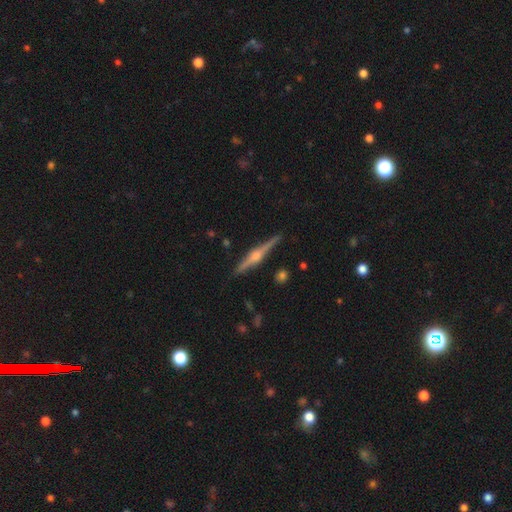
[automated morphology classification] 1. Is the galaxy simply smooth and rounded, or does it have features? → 83% featured or disk, 11% smooth, 5% star or artifact.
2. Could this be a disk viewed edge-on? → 98% yes, 2% no.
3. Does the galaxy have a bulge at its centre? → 91% rounded, 6% boxy, 3% none.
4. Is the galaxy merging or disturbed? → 90% none, 7% minor disturbance, 1% major disturbance, 1% merger.